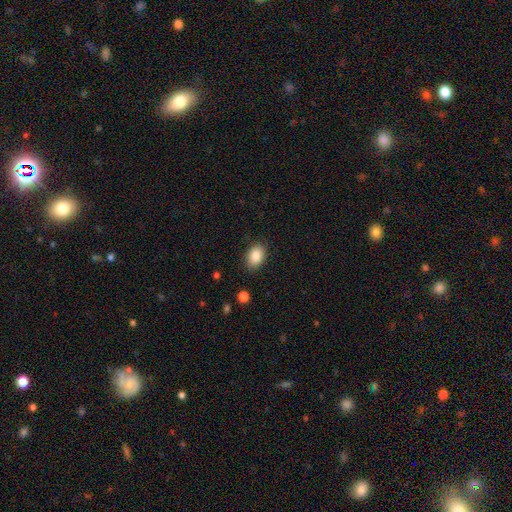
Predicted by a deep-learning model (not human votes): A smooth galaxy with no disk features (87%) that is in between round and cigar-shaped (84%).

Vote fractions:
- Smooth or featured? smooth: 87% / star or artifact: 8% / featured or disk: 5%
- How rounded? in between: 84% / round: 15% / cigar-shaped: 1%
- Merging? none: 86% / minor disturbance: 10% / major disturbance: 3% / merger: 1%